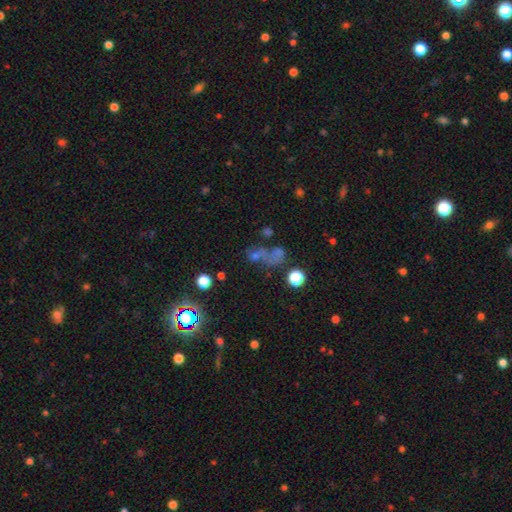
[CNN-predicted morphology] Smooth or featured?
  - smooth: 41% *
  - star or artifact: 39%
  - featured or disk: 19%
Merging?
  - none: 36% *
  - merger: 35%
  - major disturbance: 17%
  - minor disturbance: 12%